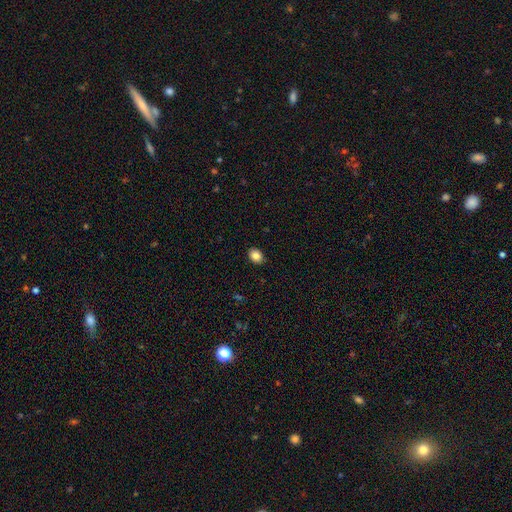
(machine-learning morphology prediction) This is clearly a smooth galaxy (86%). How rounded: likely in between (67%). Merging: clearly none (89%).